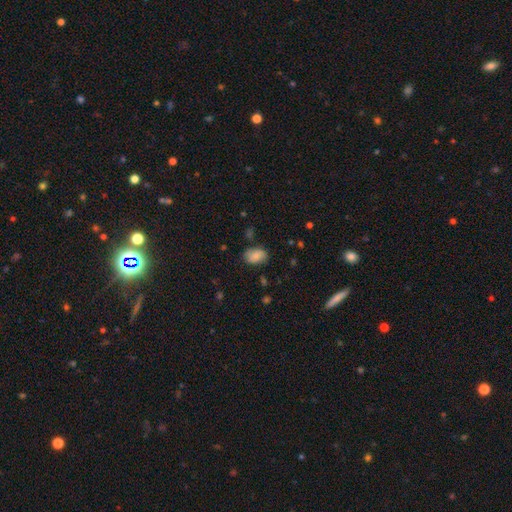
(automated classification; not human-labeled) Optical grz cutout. It shows a smooth galaxy with no disk features (79%) that is in between round and cigar-shaped (85%). Merging: none (75%).